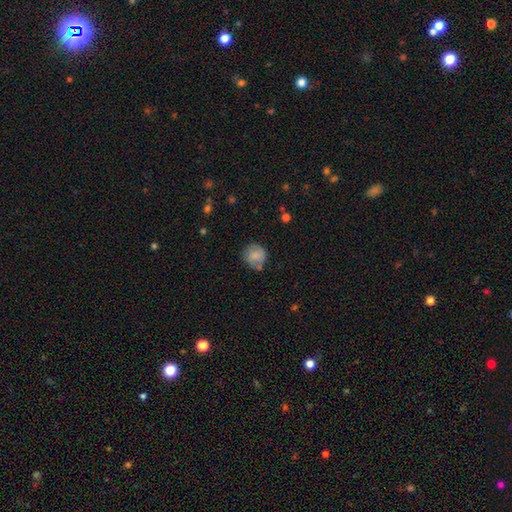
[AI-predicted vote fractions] smooth 63%, featured or disk 28%, star or artifact 8%. Down the decision tree: how rounded — round (85%); merging — none (66%).